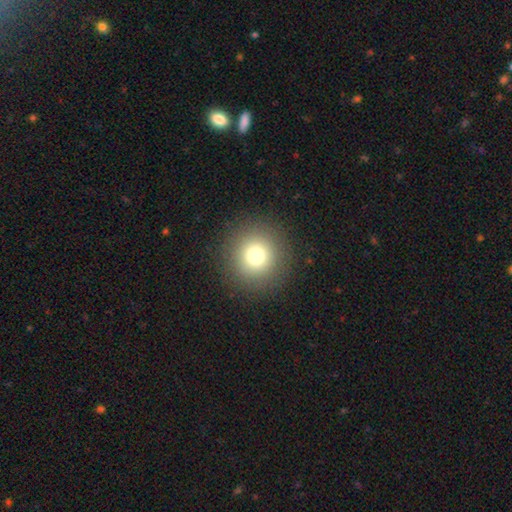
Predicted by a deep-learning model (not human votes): smooth 76%, star or artifact 15%, featured or disk 10%. Down the decision tree: how rounded — round (95%); merging — none (91%).